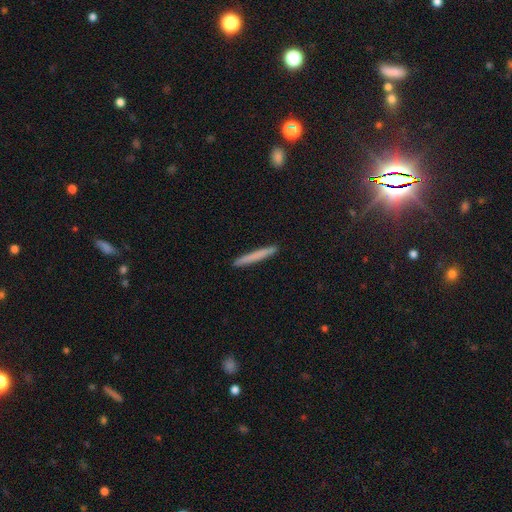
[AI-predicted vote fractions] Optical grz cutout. It shows a smooth galaxy with no disk features (72%) that is cigar-shaped (97%). Merging: none (93%).